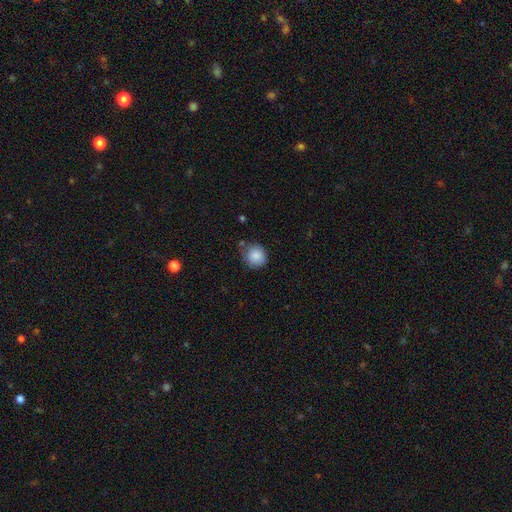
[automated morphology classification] type=smooth (86%); roundness=round (89%); merging=none (67%).